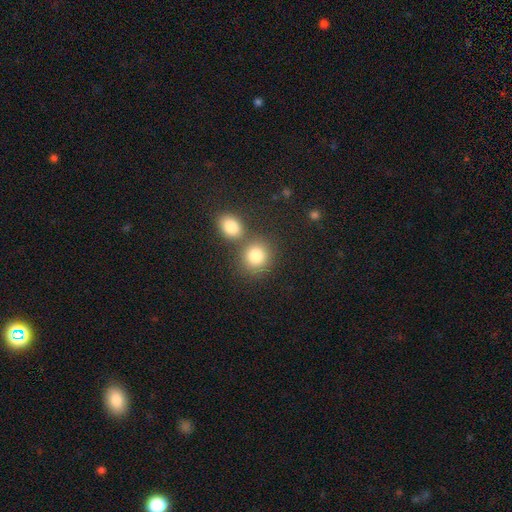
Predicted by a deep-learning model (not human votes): smooth 82%, star or artifact 10%, featured or disk 8%. Down the decision tree: how rounded — round (79%); merging — none (59%).